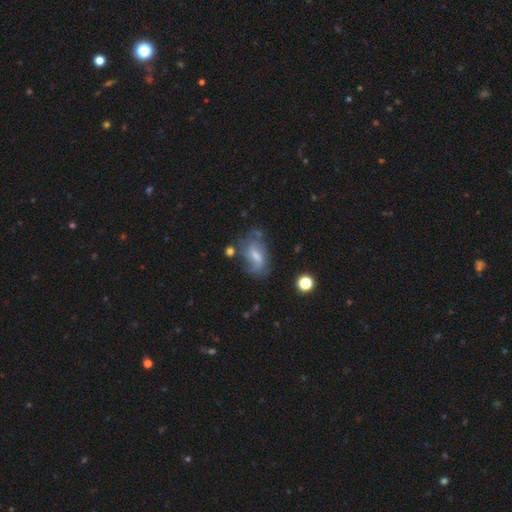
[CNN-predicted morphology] type=featured or disk (55%); edge-on=no (94%); bar=weak (50%); spiral arms=yes (75%); bulge=moderate (42%); merging=none (48%).